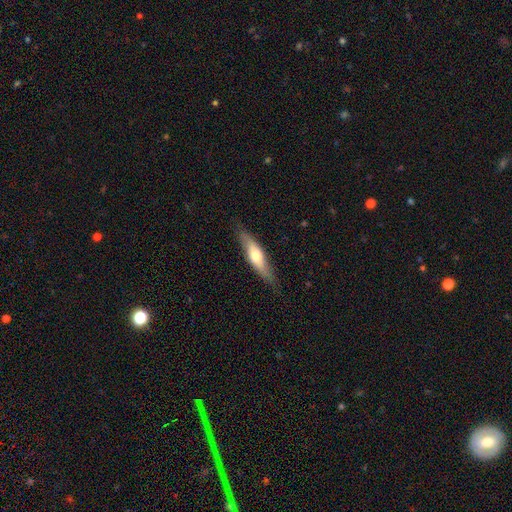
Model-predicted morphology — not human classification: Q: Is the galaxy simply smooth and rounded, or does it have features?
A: smooth — 51%.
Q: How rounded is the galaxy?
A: cigar-shaped — 68%.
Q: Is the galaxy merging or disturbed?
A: none — 81%.